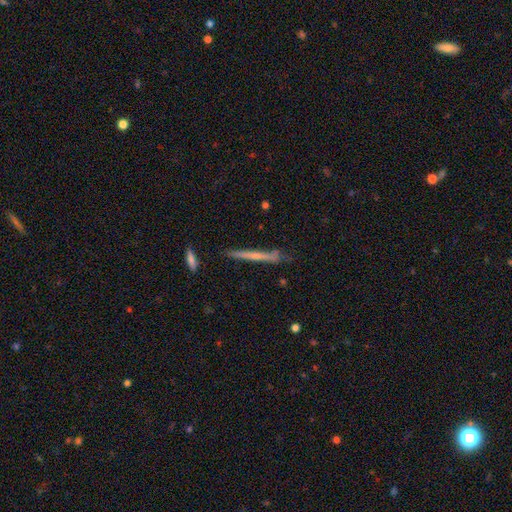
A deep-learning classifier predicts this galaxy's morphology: Smooth or featured? featured or disk (49%)
Merging? none (77%)